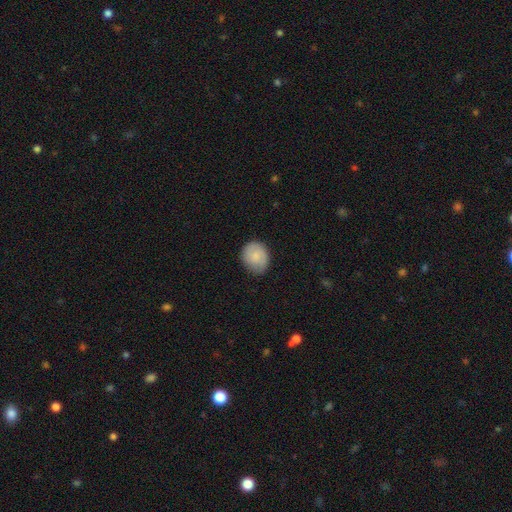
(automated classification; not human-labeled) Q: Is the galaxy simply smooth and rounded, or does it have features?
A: smooth — 76%.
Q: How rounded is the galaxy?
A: round — 74%.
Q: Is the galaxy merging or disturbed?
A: none — 76%.